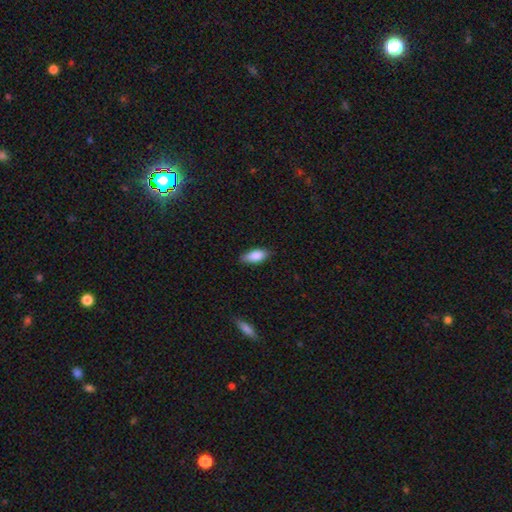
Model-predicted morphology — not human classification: This appears to be a smooth galaxy with no disk features (87%) that is in between round and cigar-shaped (83%). Merging: none (83%).